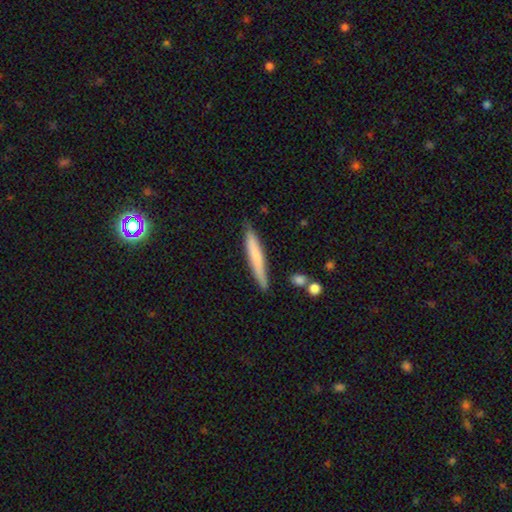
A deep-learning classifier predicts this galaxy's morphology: Smooth or featured? Predicted: smooth (p=0.67). How rounded? Predicted: cigar-shaped (p=0.94). Merging? Predicted: none (p=0.82).